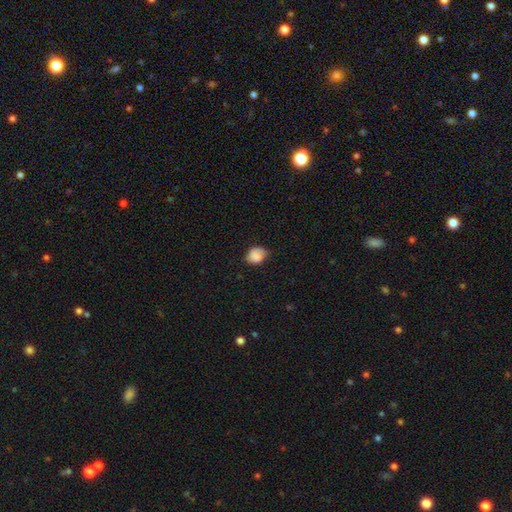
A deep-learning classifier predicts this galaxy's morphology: This appears to be a smooth galaxy with no disk features (84%) that is round (54%). Merging: none (61%).